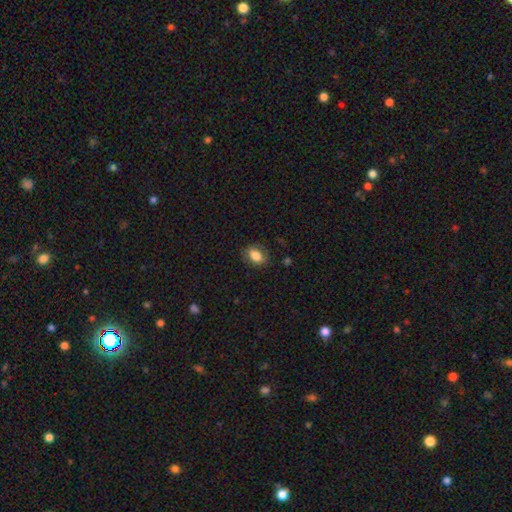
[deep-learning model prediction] A smooth galaxy with no disk features (84%) that is in between round and cigar-shaped (80%). Merging: none (84%).